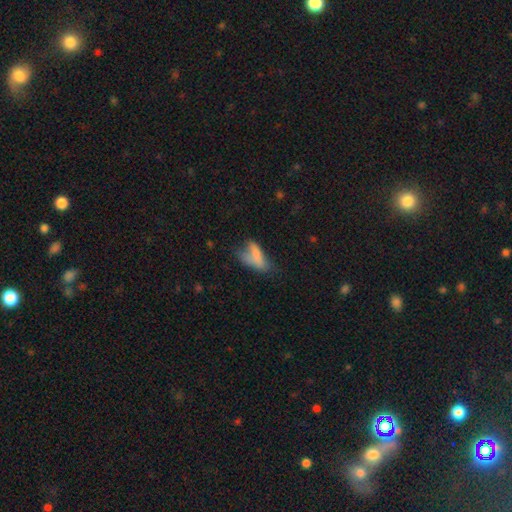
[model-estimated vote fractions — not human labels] smooth-or-featured: smooth: 68% | featured or disk: 22% | star or artifact: 10%
  how-rounded: in between: 74% | cigar-shaped: 22% | round: 4%
  merging: major disturbance: 32% | none: 29% | minor disturbance: 28% | merger: 11%